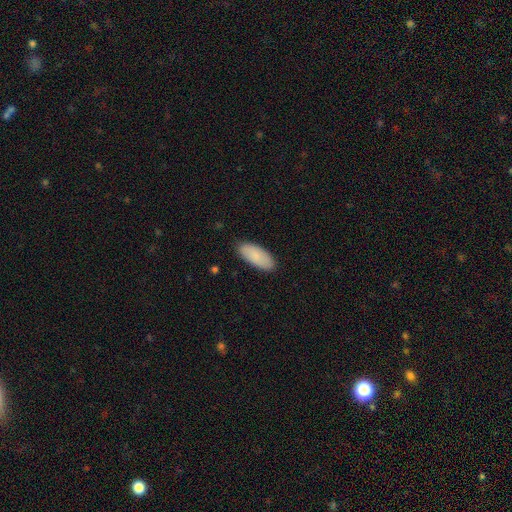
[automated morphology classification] type=smooth (85%); roundness=in between (86%); merging=none (88%).